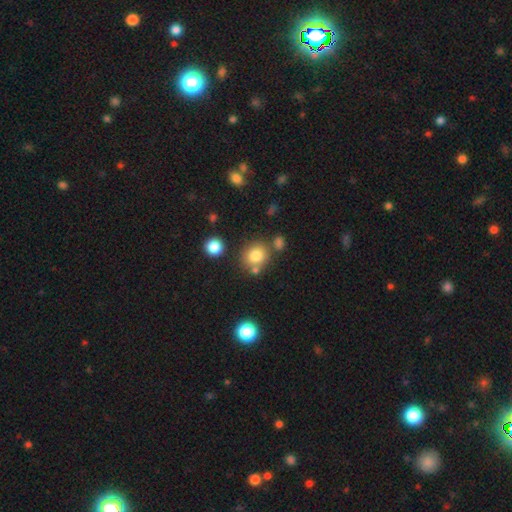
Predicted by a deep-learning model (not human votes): This appears to be a smooth galaxy with no disk features (79%) that is round (81%). Merging: none (69%).